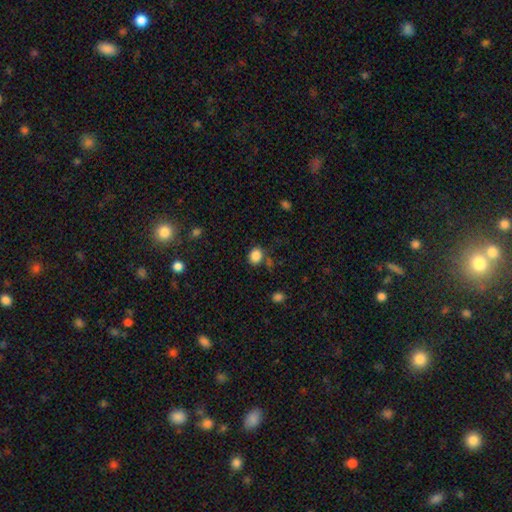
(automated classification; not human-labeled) Q: Smooth or featured?
A: smooth (85%); runner-up: star or artifact (10%)
Q: How rounded?
A: in between (50%); runner-up: round (49%)
Q: Merging?
A: none (73%); runner-up: minor disturbance (15%)